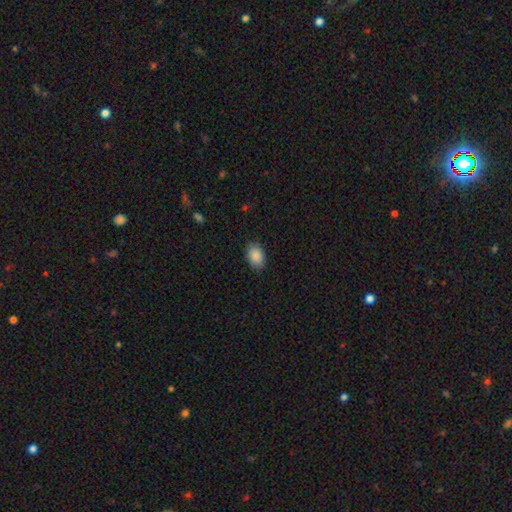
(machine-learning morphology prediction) Smooth or featured?
  - smooth: 88% *
  - star or artifact: 7%
  - featured or disk: 4%
How rounded?
  - in between: 85% *
  - round: 14%
  - cigar-shaped: 1%
Merging?
  - none: 85% *
  - minor disturbance: 11%
  - major disturbance: 3%
  - merger: 1%